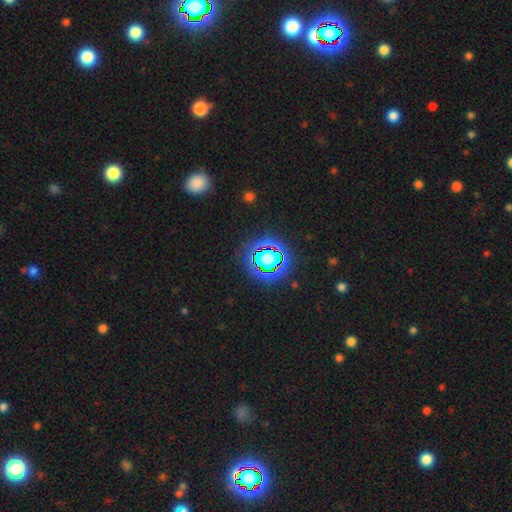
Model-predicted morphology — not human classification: Q: Smooth or featured?
A: star or artifact (79%); runner-up: smooth (13%)